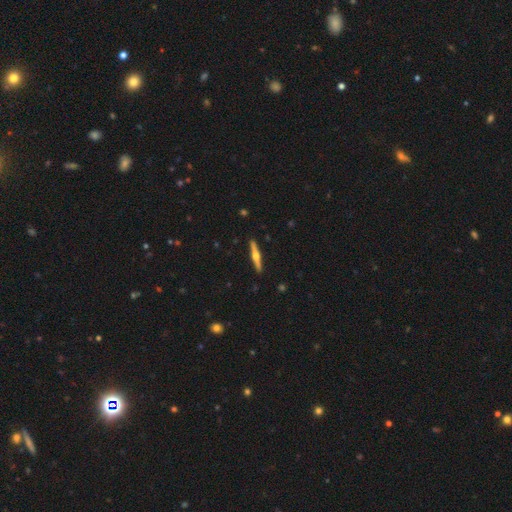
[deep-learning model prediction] A featured or disk galaxy (74%) viewed edge-on (98%) with a rounded central bulge (94%).

Vote fractions:
- Smooth or featured? featured or disk: 74% / smooth: 21% / star or artifact: 5%
- Edge-on disk? yes: 98% / no: 2%
- Edge-on bulge? rounded: 94% / boxy: 4% / none: 2%
- Merging? none: 92% / minor disturbance: 6% / major disturbance: 1% / merger: 1%